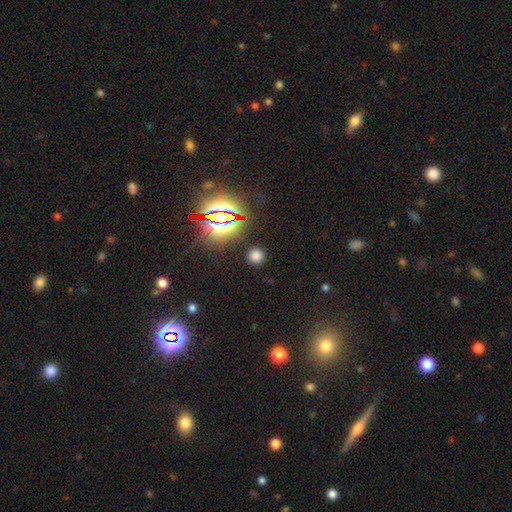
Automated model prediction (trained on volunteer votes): Overall: smooth (67%). How rounded: round (92%). Merging: none (89%).